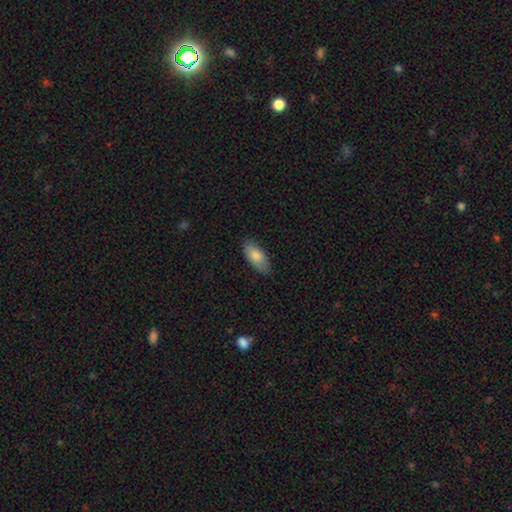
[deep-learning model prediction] This appears to be a smooth galaxy with no disk features (82%) that is in between round and cigar-shaped (87%). Merging: none (81%).